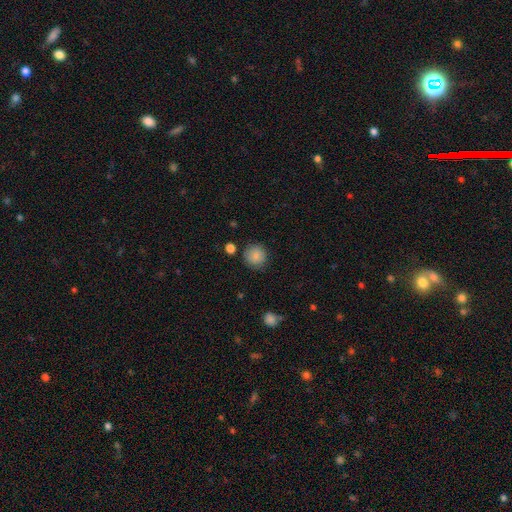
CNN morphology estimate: Q: Smooth or featured?
A: smooth (86%); runner-up: star or artifact (9%)
Q: How rounded?
A: round (91%); runner-up: in between (8%)
Q: Merging?
A: none (83%); runner-up: minor disturbance (11%)